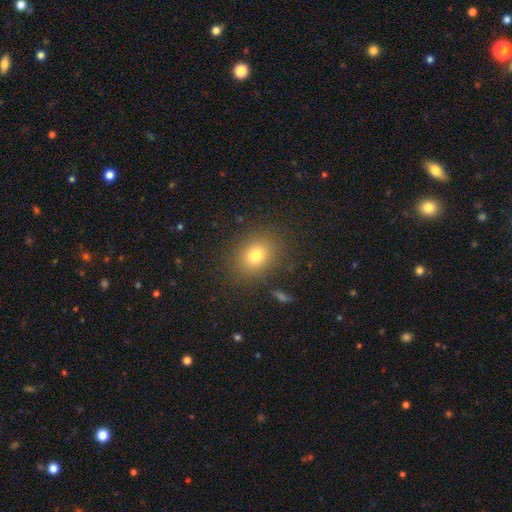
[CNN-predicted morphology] Smooth or featured? Predicted: smooth (p=0.77). How rounded? Predicted: round (p=0.50). Merging? Predicted: none (p=0.86).